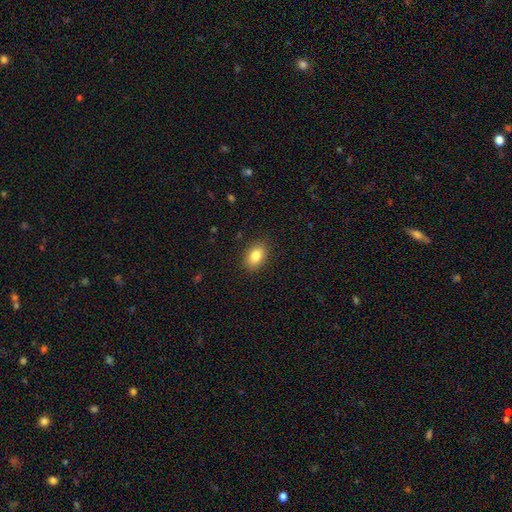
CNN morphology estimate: smooth_or_featured: smooth (p=0.84) [alt: star or artifact p=0.08]
how_rounded: in between (p=0.86) [alt: round p=0.13]
merging: none (p=0.88) [alt: minor disturbance p=0.09]